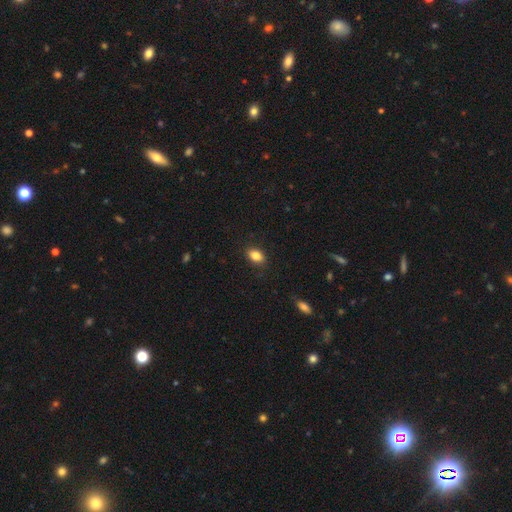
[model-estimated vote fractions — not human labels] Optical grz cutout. It shows a smooth galaxy with no disk features (85%) that is in between round and cigar-shaped (81%). Merging: none (87%).